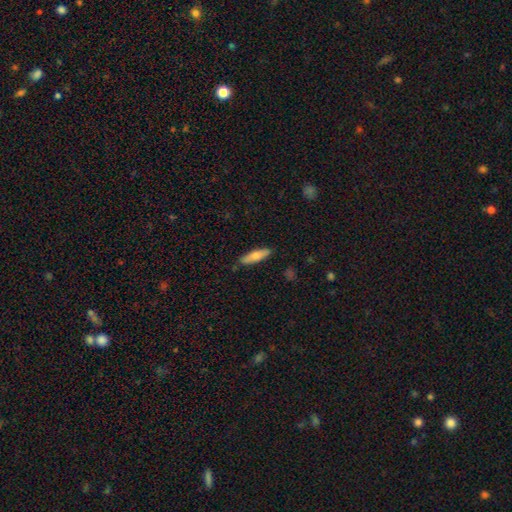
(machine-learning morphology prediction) Q: Smooth or featured?
A: smooth (73%); runner-up: featured or disk (22%)
Q: How rounded?
A: cigar-shaped (63%); runner-up: in between (36%)
Q: Merging?
A: none (87%); runner-up: minor disturbance (10%)